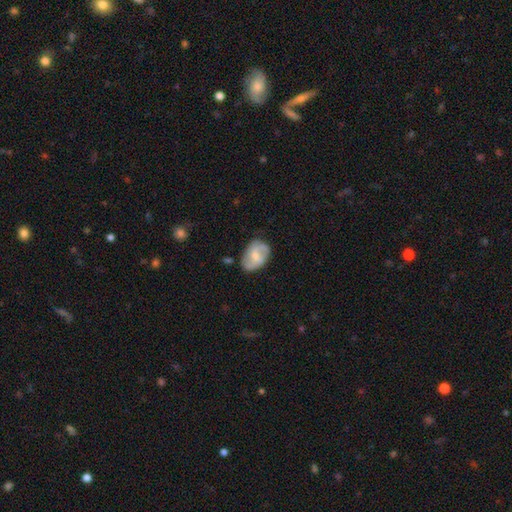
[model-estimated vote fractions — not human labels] smooth-or-featured: featured or disk: 54% | smooth: 40% | star or artifact: 7%
  disk-edge-on: no: 96% | yes: 4%
    bar: weak: 48% | no: 38% | strong: 14%
    has-spiral-arms: yes: 79% | no: 21%
    bulge-size: moderate: 44% | small: 42% | none: 9% | large: 4% | dominant: 1%
  merging: none: 67% | minor disturbance: 24% | major disturbance: 7% | merger: 3%